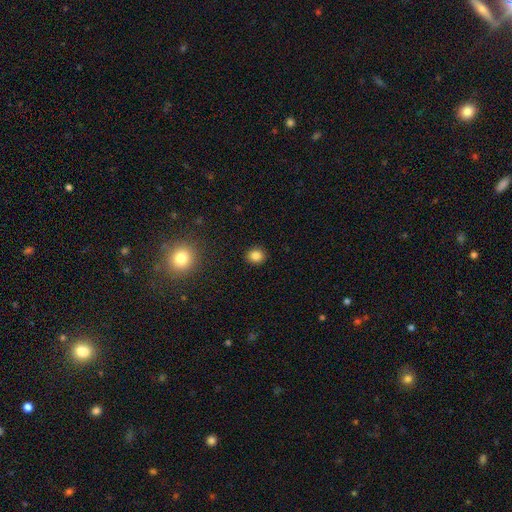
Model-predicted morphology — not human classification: Q: Smooth or featured?
A: smooth (85%); runner-up: star or artifact (11%)
Q: How rounded?
A: round (79%); runner-up: in between (20%)
Q: Merging?
A: none (91%); runner-up: minor disturbance (6%)